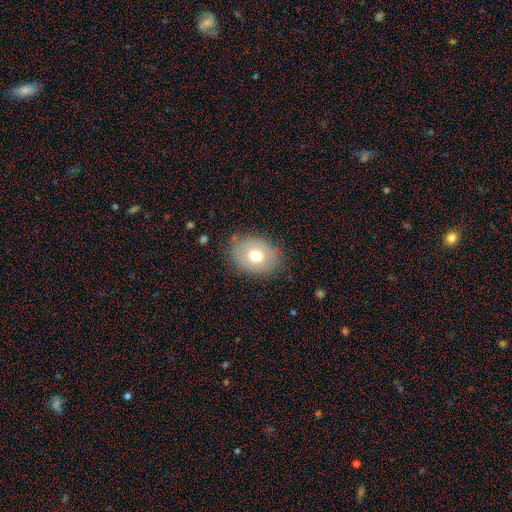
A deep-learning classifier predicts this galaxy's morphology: type=smooth (66%); roundness=in between (65%); merging=none (80%).